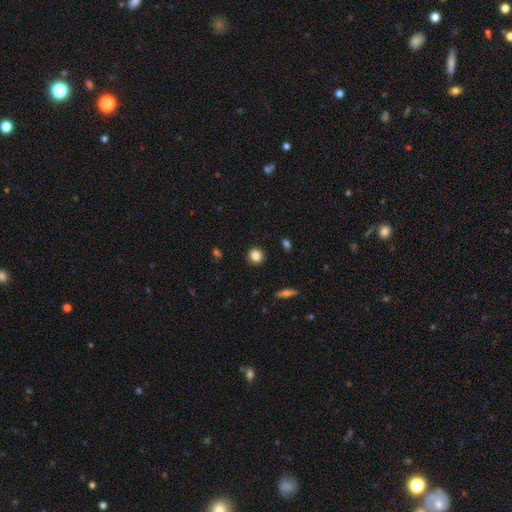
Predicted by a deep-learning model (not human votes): Smooth or featured? Predicted: smooth (p=0.84). How rounded? Predicted: round (p=0.85). Merging? Predicted: none (p=0.91).